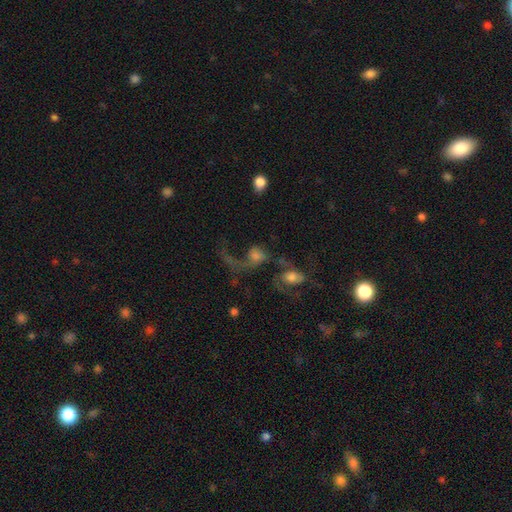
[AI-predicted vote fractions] featured or disk 54%, smooth 32%, star or artifact 14%. Down the decision tree: edge-on disk — no (96%); bar — no (69%); spiral arms — yes (75%); bulge size — moderate (37%); merging — merger (37%).